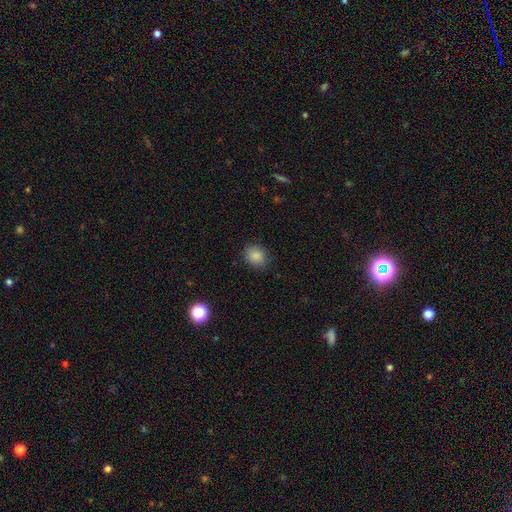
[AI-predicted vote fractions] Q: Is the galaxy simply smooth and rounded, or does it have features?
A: smooth — 86%.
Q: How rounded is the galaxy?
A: round — 62%.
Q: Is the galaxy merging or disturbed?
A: none — 86%.